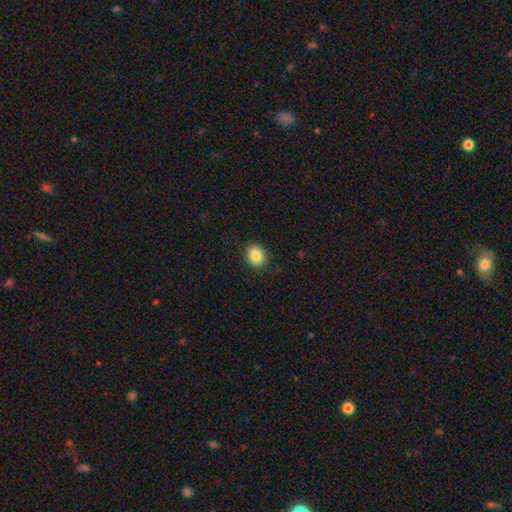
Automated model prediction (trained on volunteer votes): smooth_or_featured: smooth (p=0.85) [alt: star or artifact p=0.09]
how_rounded: round (p=0.54) [alt: in between p=0.46]
merging: none (p=0.89) [alt: minor disturbance p=0.08]